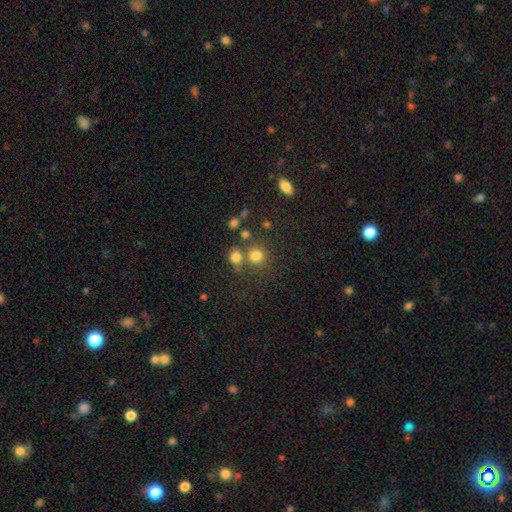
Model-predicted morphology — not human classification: Smooth or featured? smooth (77%)
How rounded? round (88%)
Merging? none (62%)